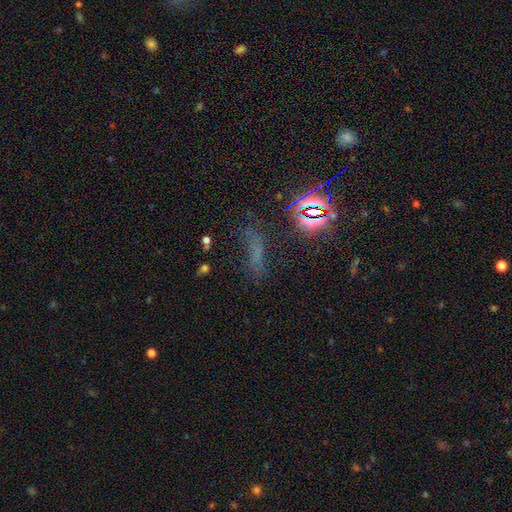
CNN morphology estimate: smooth-or-featured: star or artifact: 46% | smooth: 33% | featured or disk: 21%